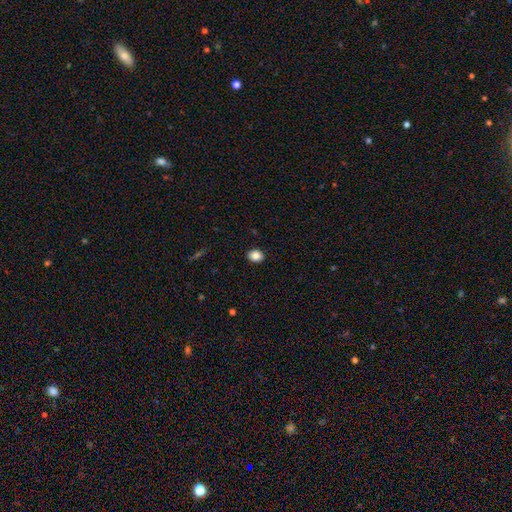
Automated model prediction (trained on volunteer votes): A smooth galaxy with no disk features (85%) that is in between round and cigar-shaped (56%).

Vote fractions:
- Smooth or featured? smooth: 85% / star or artifact: 9% / featured or disk: 6%
- How rounded? in between: 56% / round: 43% / cigar-shaped: 1%
- Merging? none: 90% / minor disturbance: 7% / major disturbance: 2% / merger: 1%